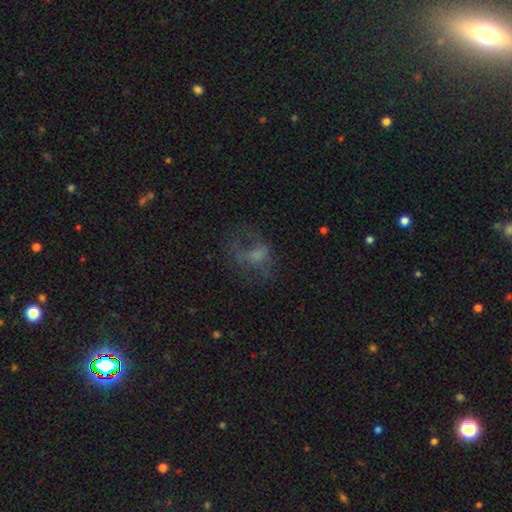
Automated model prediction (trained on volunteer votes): Smooth or featured: smooth — 42% (featured or disk — 39%)
Merging: major disturbance — 43% (none — 36%)